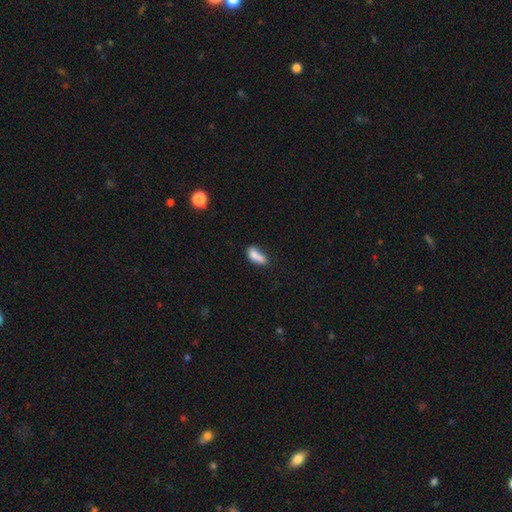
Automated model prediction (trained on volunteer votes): smooth 76%, featured or disk 14%, star or artifact 9%. Down the decision tree: how rounded — in between (73%); merging — none (37%).